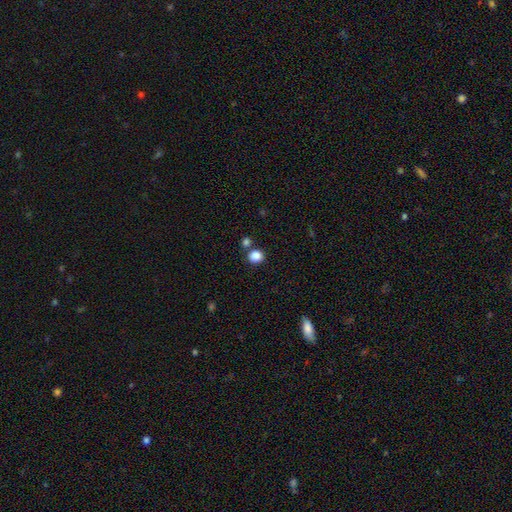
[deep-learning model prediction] This appears to be a smooth galaxy with no disk features (86%) that is round (75%). Merging: none (70%).